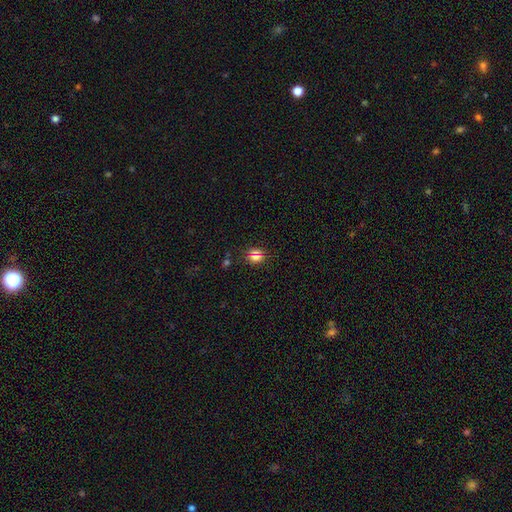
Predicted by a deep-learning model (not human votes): A smooth galaxy with no disk features (56%) that is round (66%).

Vote fractions:
- Smooth or featured? smooth: 56% / star or artifact: 35% / featured or disk: 9%
- How rounded? round: 66% / in between: 31% / cigar-shaped: 3%
- Merging? none: 81% / minor disturbance: 11% / major disturbance: 5% / merger: 4%